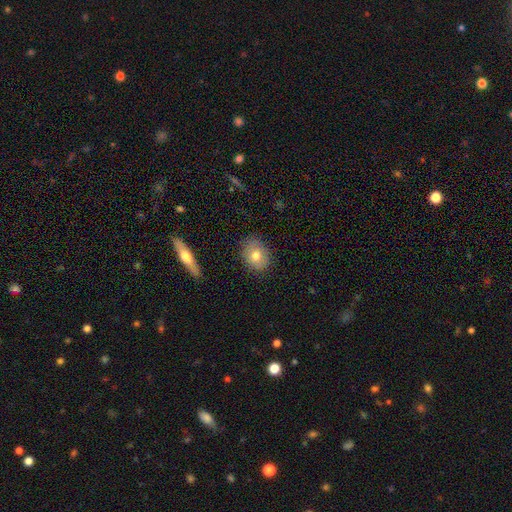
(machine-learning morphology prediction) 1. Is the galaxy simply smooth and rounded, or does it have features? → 73% smooth, 19% featured or disk, 8% star or artifact.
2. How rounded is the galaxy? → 54% round, 45% in between, 1% cigar-shaped.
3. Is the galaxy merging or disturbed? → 81% none, 14% minor disturbance, 3% major disturbance, 2% merger.